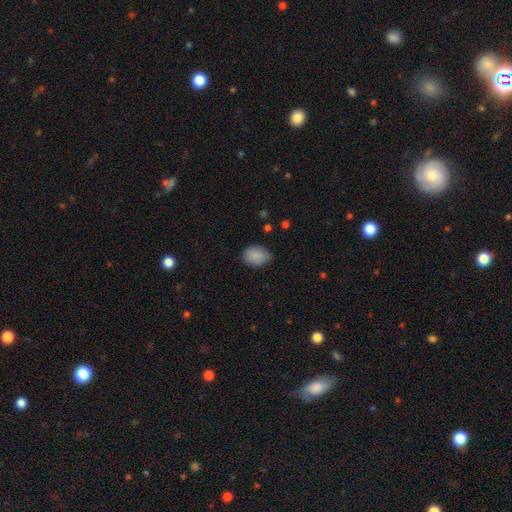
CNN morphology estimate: Overall: smooth (88%). How rounded: in between (67%; round 32%). Merging: none (75%).